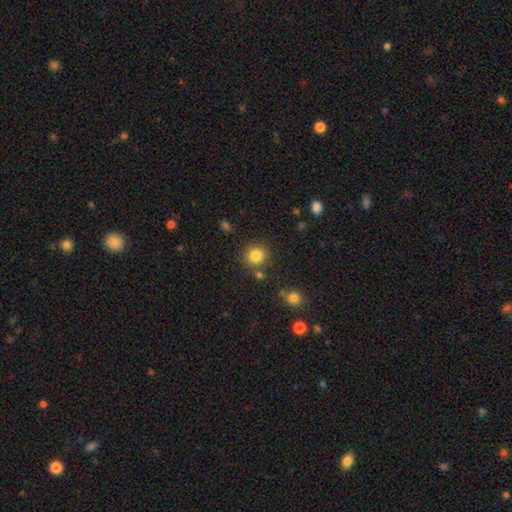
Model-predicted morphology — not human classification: This appears to be a smooth galaxy with no disk features (84%) that is round (83%). Merging: none (80%).